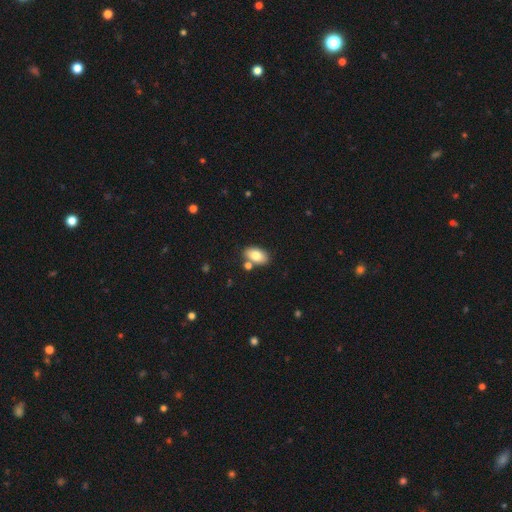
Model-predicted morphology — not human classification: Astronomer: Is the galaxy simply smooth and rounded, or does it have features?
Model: smooth — 80%.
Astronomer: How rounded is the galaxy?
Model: in between — 91%.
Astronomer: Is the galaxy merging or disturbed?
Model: none — 73%.